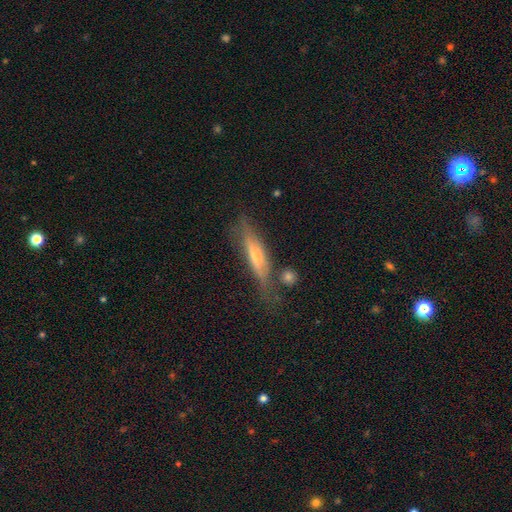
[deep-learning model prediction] Overall: featured or disk (53%; smooth 40%). Edge-on disk: yes (80%). Merging: none (62%; minor disturbance 22%).